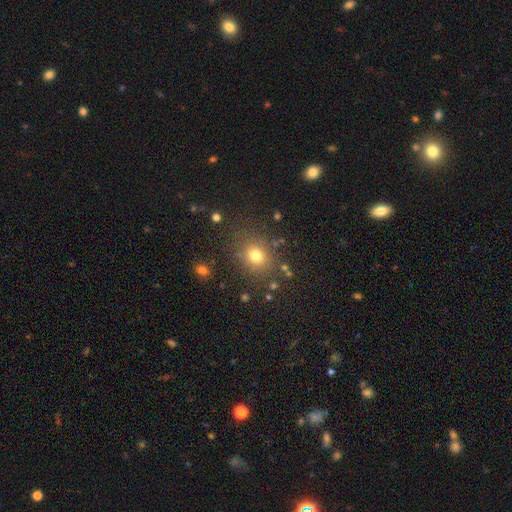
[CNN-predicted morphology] A smooth galaxy with no disk features (75%) that is round (69%). Merging: none (80%).